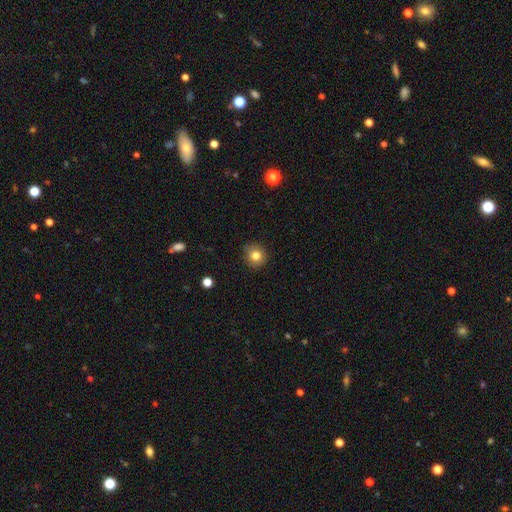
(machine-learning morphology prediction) This is clearly a smooth galaxy (81%). How rounded: clearly round (88%). Merging: clearly none (87%).